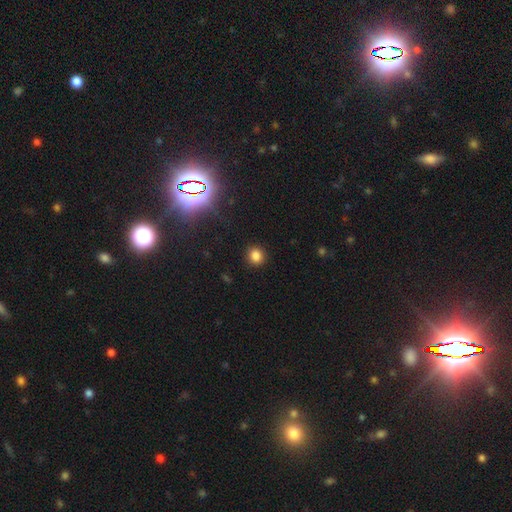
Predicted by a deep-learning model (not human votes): This is clearly a smooth galaxy (82%). How rounded: clearly round (86%). Merging: clearly none (91%).